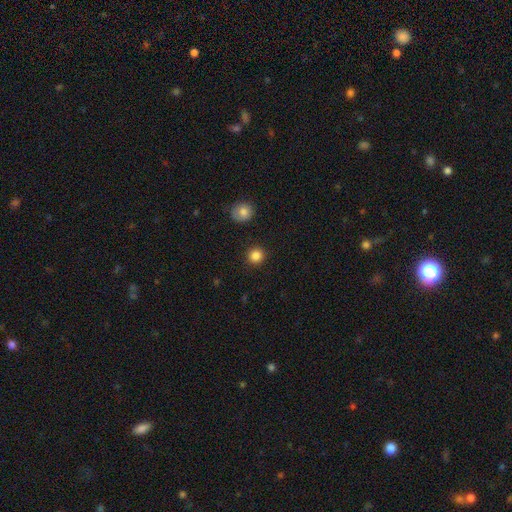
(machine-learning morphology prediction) Smooth or featured?
  - smooth: 86% *
  - star or artifact: 11%
  - featured or disk: 4%
How rounded?
  - round: 92% *
  - in between: 7%
  - cigar-shaped: 1%
Merging?
  - none: 92% *
  - minor disturbance: 5%
  - major disturbance: 2%
  - merger: 2%